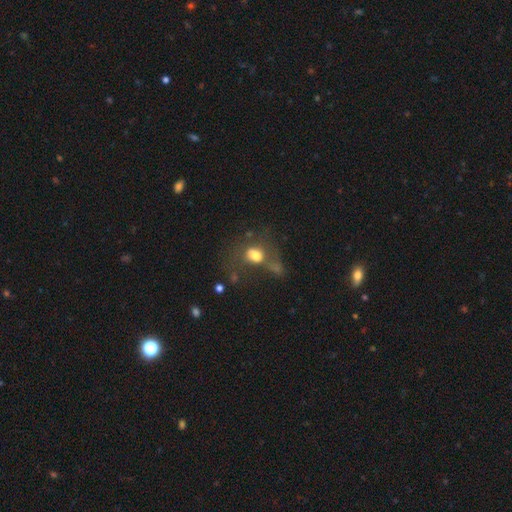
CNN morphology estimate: smooth_or_featured: smooth (p=0.64) [alt: featured or disk p=0.23]
how_rounded: in between (p=0.71) [alt: round p=0.26]
merging: major disturbance (p=0.36) [alt: none p=0.29]